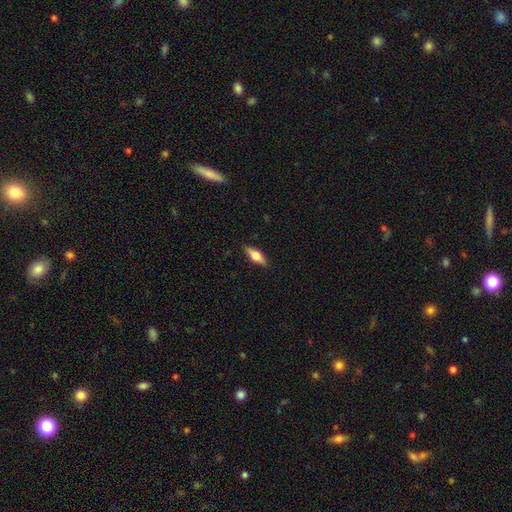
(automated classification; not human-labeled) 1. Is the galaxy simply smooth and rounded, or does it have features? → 58% smooth, 36% featured or disk, 7% star or artifact.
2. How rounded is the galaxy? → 69% in between, 28% cigar-shaped, 3% round.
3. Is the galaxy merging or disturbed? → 88% none, 9% minor disturbance, 2% major disturbance, 1% merger.